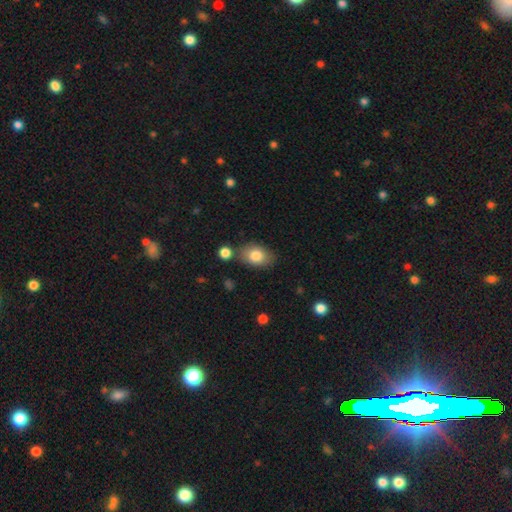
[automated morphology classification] Smooth or featured? smooth (81%)
How rounded? in between (80%)
Merging? none (74%)